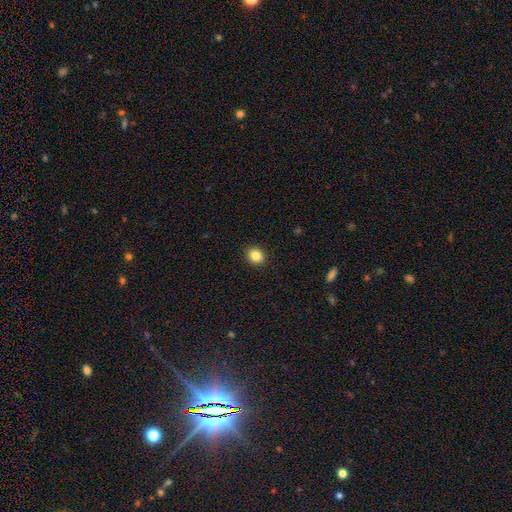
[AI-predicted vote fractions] Smooth or featured?
  - smooth: 85% *
  - star or artifact: 10%
  - featured or disk: 5%
How rounded?
  - round: 64% *
  - in between: 35%
  - cigar-shaped: 1%
Merging?
  - none: 91% *
  - minor disturbance: 6%
  - major disturbance: 2%
  - merger: 1%